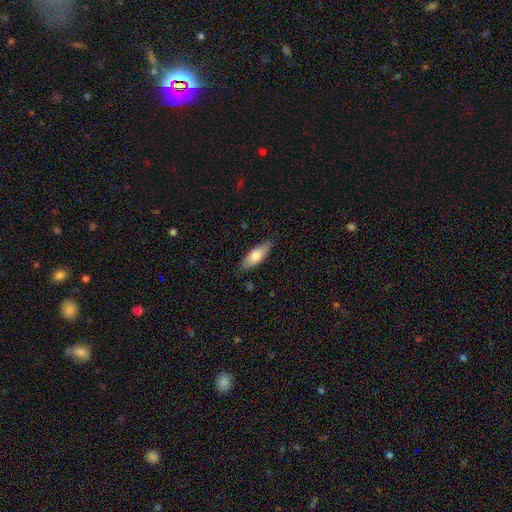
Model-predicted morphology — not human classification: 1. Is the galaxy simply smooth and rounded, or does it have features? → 76% smooth, 18% featured or disk, 6% star or artifact.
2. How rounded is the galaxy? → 71% in between, 28% cigar-shaped, 2% round.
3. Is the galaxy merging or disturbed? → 83% none, 13% minor disturbance, 2% major disturbance, 1% merger.